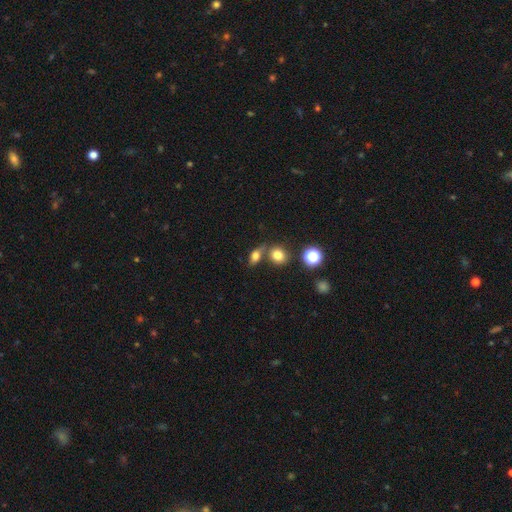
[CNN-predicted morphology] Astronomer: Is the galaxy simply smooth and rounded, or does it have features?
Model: smooth — 74%.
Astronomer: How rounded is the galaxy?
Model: in between — 67%.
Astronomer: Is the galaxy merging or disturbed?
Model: none — 55%.